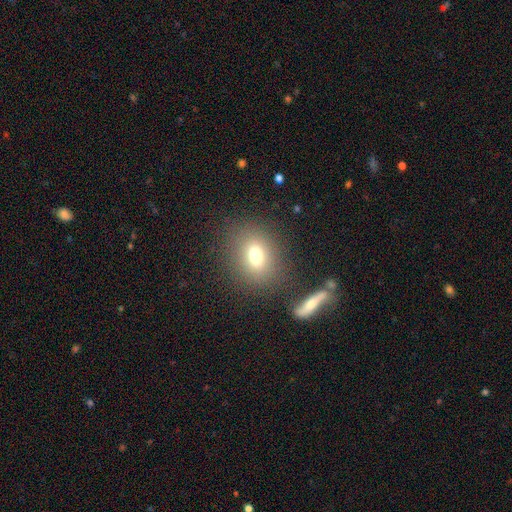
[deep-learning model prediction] This is likely a smooth galaxy (73%). How rounded: possibly round (54%). Merging: likely none (79%).